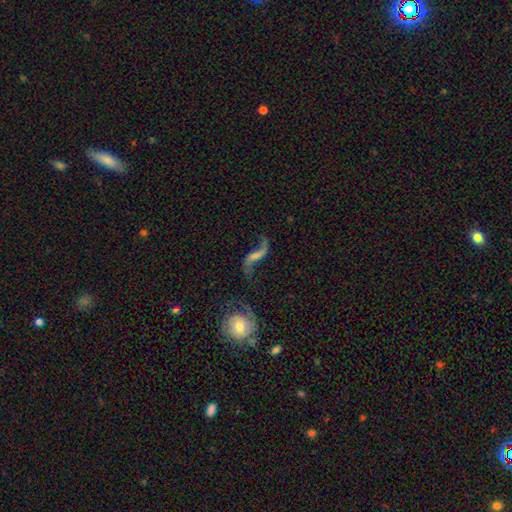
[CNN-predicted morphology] Smooth or featured? featured or disk (82%)
Edge-on disk? no (94%)
Bar? weak (41%)
Spiral arms? yes (93%)
Spiral winding? loose (93%)
Spiral arm count? 2 (91%)
Bulge size? none (39%)
Merging? none (57%)